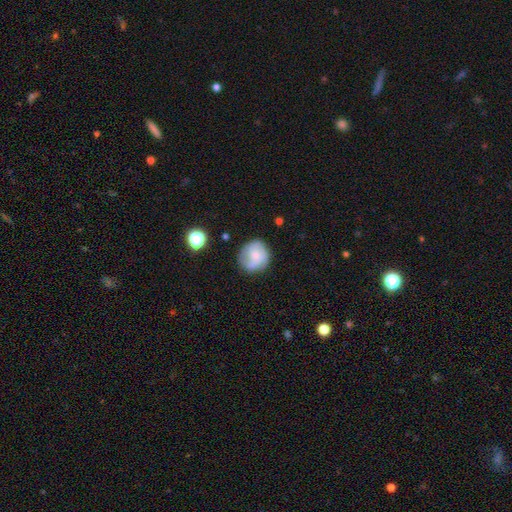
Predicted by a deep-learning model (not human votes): This is possibly a smooth galaxy (58%). How rounded: clearly round (80%). Merging: likely none (62%).